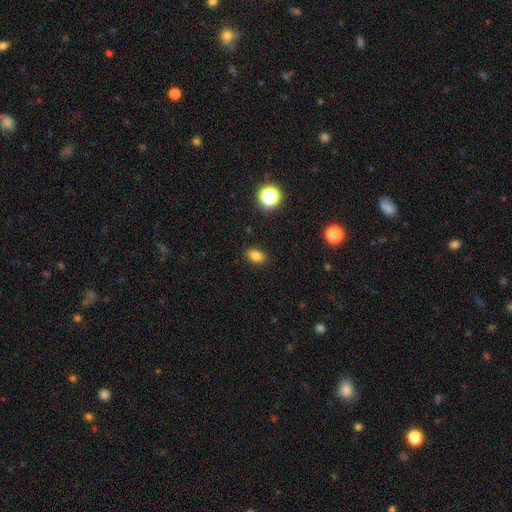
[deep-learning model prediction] Morphology: type=smooth (81%); roundness=in between (81%); merging=none (88%).